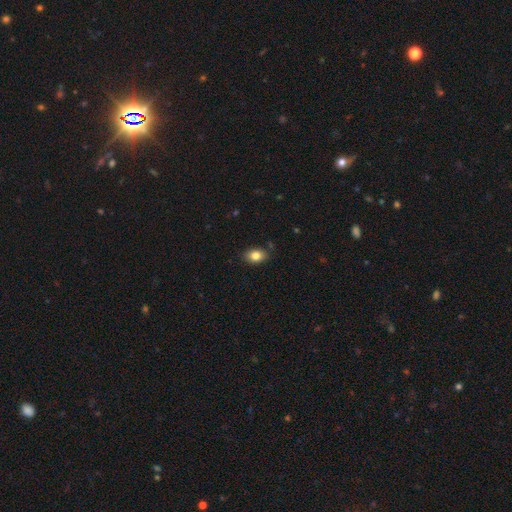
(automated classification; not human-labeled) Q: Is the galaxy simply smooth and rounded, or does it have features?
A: smooth — 83%.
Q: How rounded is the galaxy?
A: in between — 78%.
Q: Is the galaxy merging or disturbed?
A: none — 84%.